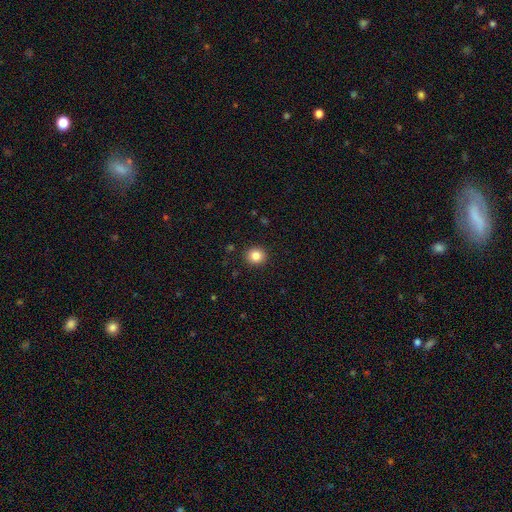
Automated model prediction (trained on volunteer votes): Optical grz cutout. It shows a smooth galaxy with no disk features (84%) that is round (87%). Merging: none (91%).